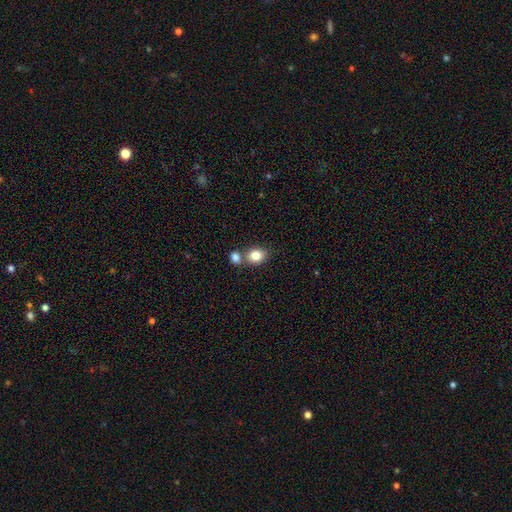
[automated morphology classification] This appears to be a smooth galaxy with no disk features (82%) that is round (55%). Merging: none (58%).